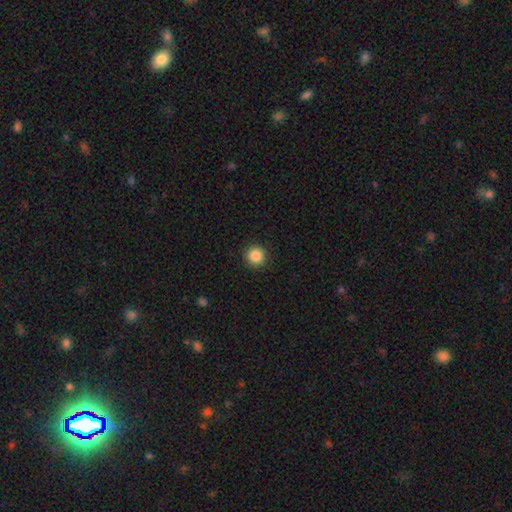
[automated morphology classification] This is clearly a smooth galaxy (87%). How rounded: clearly round (95%). Merging: clearly none (93%).